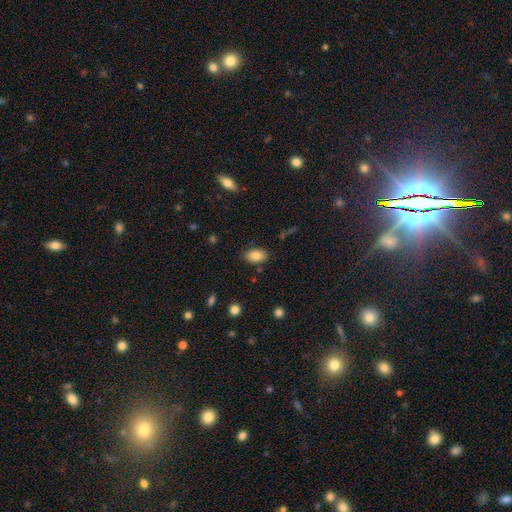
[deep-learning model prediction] smooth_or_featured: smooth (p=0.84) [alt: star or artifact p=0.08]
how_rounded: in between (p=0.91) [alt: round p=0.07]
merging: none (p=0.84) [alt: minor disturbance p=0.12]